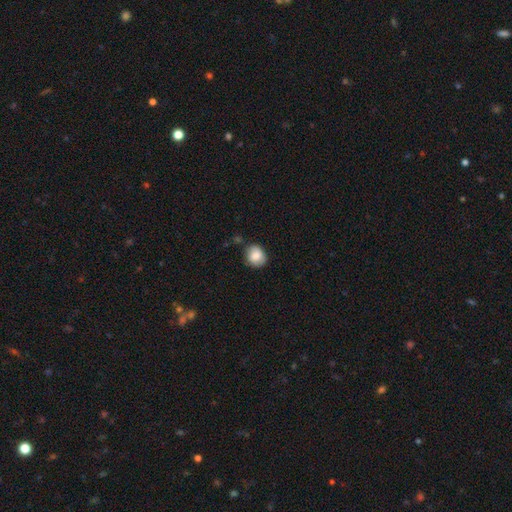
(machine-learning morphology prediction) The model was most divided on "how rounded": round: 72%, in between: 27%, cigar-shaped: 1%. More confident: smooth or featured — smooth (81%); merging — none (76%).